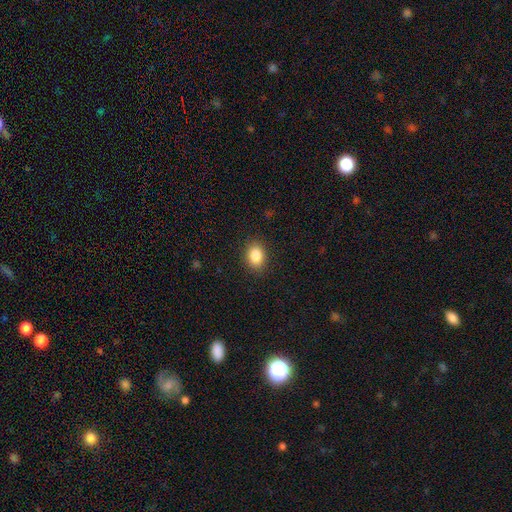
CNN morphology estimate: A smooth galaxy with no disk features (86%) that is in between round and cigar-shaped (71%). Merging: none (88%).